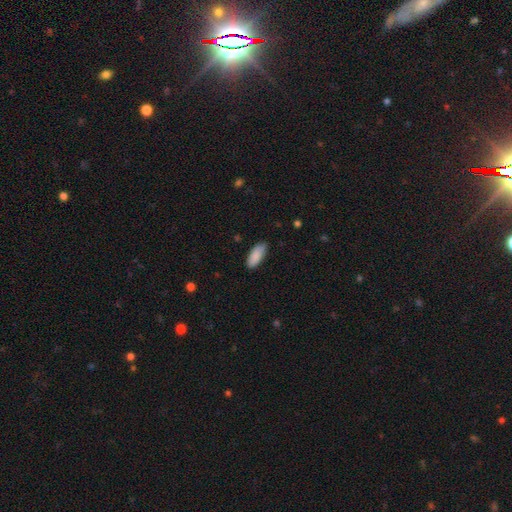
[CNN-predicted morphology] Q: Smooth or featured?
A: smooth (89%); runner-up: star or artifact (6%)
Q: How rounded?
A: in between (81%); runner-up: cigar-shaped (17%)
Q: Merging?
A: none (81%); runner-up: minor disturbance (16%)